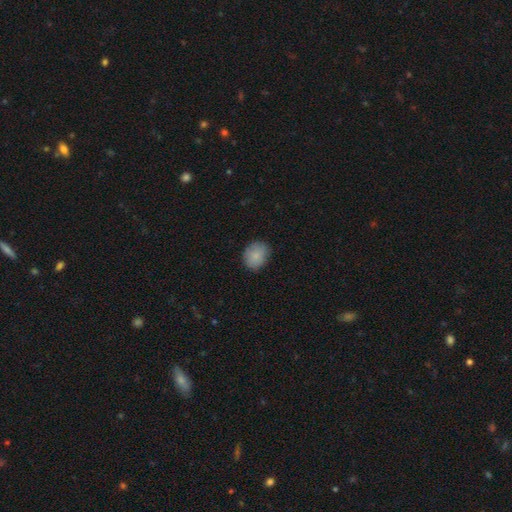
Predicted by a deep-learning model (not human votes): A smooth galaxy with no disk features (85%) that is in between round and cigar-shaped (50%).

Vote fractions:
- Smooth or featured? smooth: 85% / star or artifact: 8% / featured or disk: 7%
- How rounded? in between: 50% / round: 49% / cigar-shaped: 1%
- Merging? none: 81% / minor disturbance: 15% / major disturbance: 3% / merger: 1%